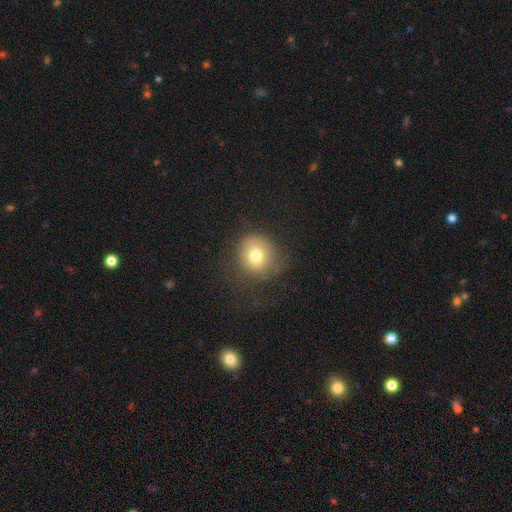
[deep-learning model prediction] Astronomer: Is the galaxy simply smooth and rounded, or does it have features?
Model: smooth — 74%.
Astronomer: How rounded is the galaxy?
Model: round — 85%.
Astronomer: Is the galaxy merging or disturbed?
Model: none — 69%.